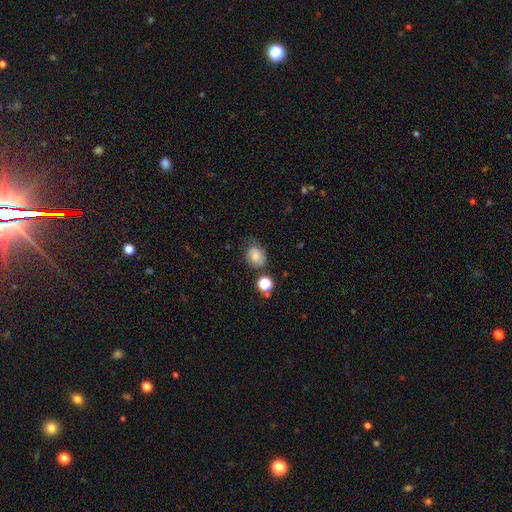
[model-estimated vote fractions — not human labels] smooth_or_featured: smooth (p=0.72) [alt: featured or disk p=0.16]
how_rounded: in between (p=0.50) [alt: round p=0.49]
merging: none (p=0.55) [alt: minor disturbance p=0.29]